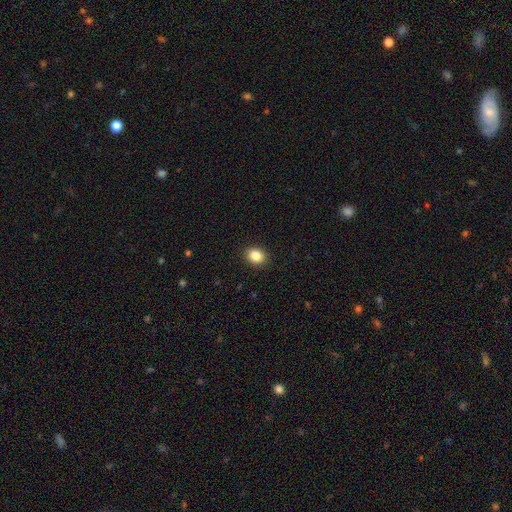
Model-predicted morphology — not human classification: smooth_or_featured: smooth (p=0.86) [alt: star or artifact p=0.09]
how_rounded: in between (p=0.55) [alt: round p=0.44]
merging: none (p=0.90) [alt: minor disturbance p=0.07]